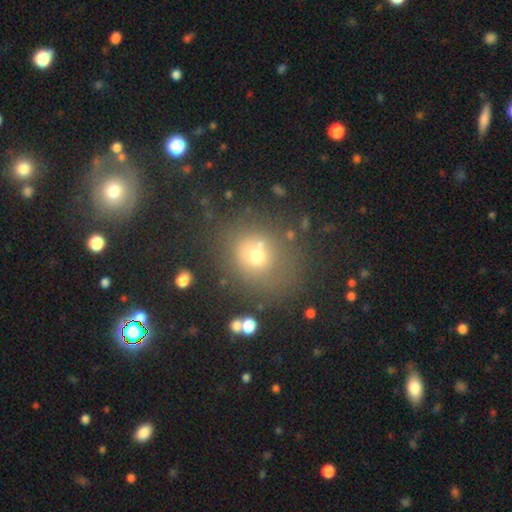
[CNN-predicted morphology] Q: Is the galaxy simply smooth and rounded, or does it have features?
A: smooth — 64%.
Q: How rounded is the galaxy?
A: round — 78%.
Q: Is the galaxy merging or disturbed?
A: none — 63%.